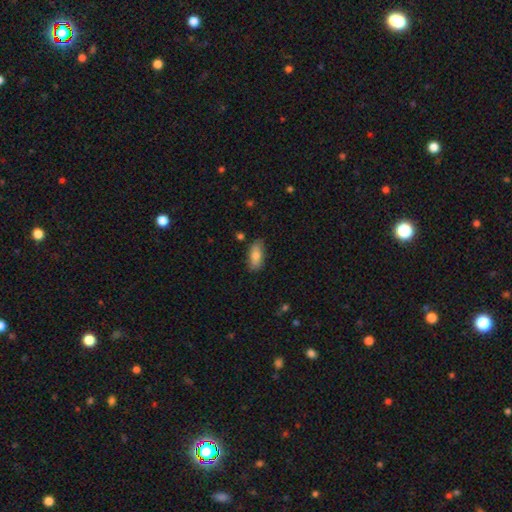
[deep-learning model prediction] smooth_or_featured: smooth (p=0.78) [alt: featured or disk p=0.15]
how_rounded: in between (p=0.85) [alt: cigar-shaped p=0.12]
merging: none (p=0.80) [alt: minor disturbance p=0.15]